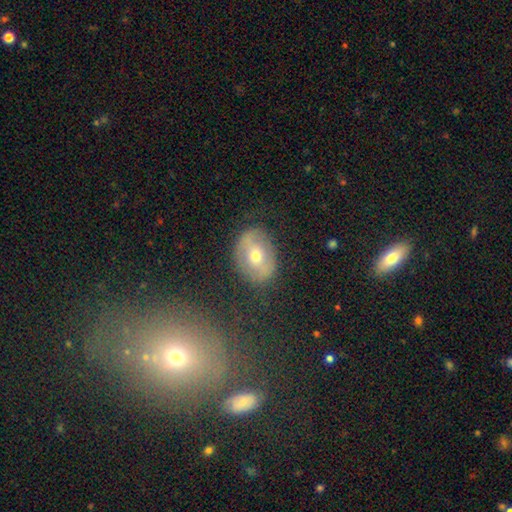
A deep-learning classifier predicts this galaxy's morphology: Smooth or featured: featured or disk — 50% (smooth — 40%)
Merging: none — 80% (minor disturbance — 13%)